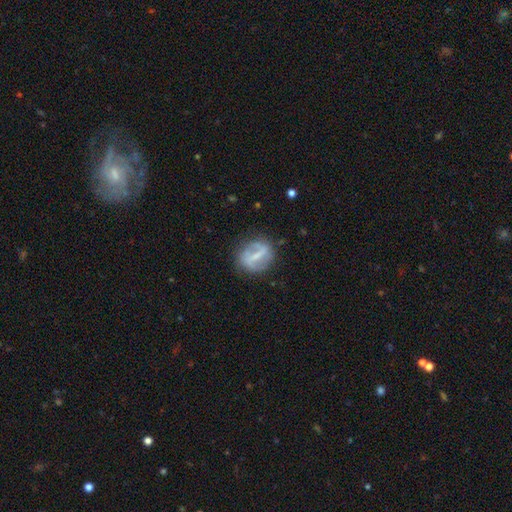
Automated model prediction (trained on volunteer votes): smooth-or-featured: featured or disk: 70% | smooth: 23% | star or artifact: 7%
  disk-edge-on: no: 95% | yes: 5%
    bar: strong: 62% | weak: 29% | no: 9%
    has-spiral-arms: yes: 69% | no: 31%
    bulge-size: small: 41% | none: 35% | moderate: 20% | large: 3% | dominant: 1%
  merging: none: 74% | minor disturbance: 16% | major disturbance: 7% | merger: 2%